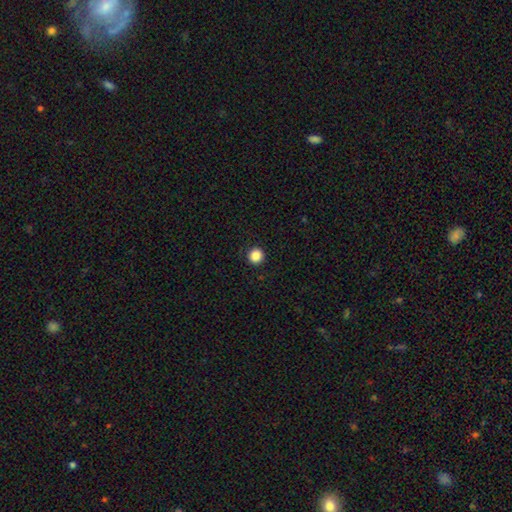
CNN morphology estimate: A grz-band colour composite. It shows a smooth galaxy with no disk features (87%) that is round (95%). Merging: none (92%).